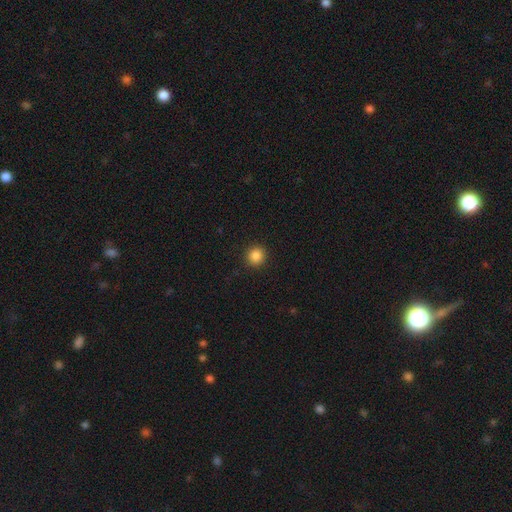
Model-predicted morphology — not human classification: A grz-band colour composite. It shows a smooth galaxy with no disk features (86%) that is round (92%). Merging: none (92%).